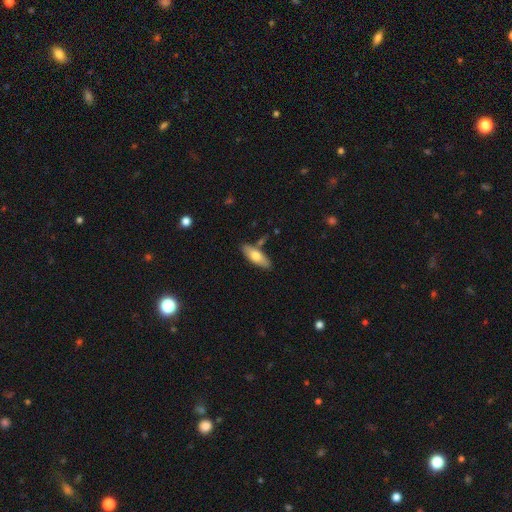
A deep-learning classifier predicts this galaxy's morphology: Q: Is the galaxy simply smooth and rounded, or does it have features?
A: smooth — 66%.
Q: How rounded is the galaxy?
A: in between — 66%.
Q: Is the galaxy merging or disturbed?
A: none — 79%.